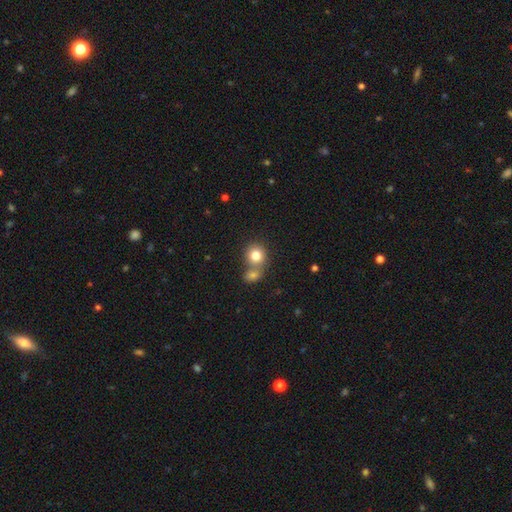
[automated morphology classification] Q: Smooth or featured?
A: smooth (81%); runner-up: star or artifact (10%)
Q: How rounded?
A: round (82%); runner-up: in between (17%)
Q: Merging?
A: merger (46%); runner-up: none (44%)